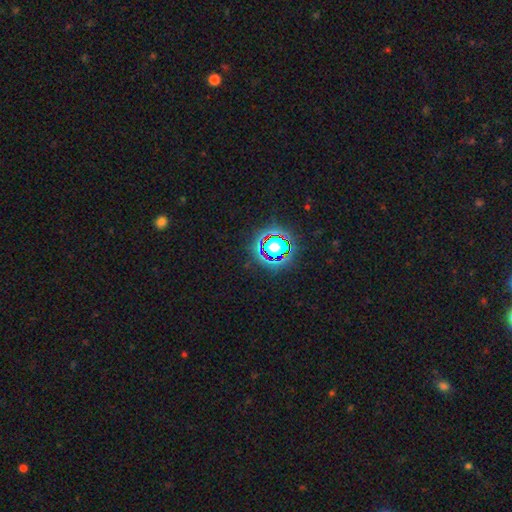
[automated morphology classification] The model was most divided on "smooth or featured": star or artifact: 78%, smooth: 13%, featured or disk: 9%.